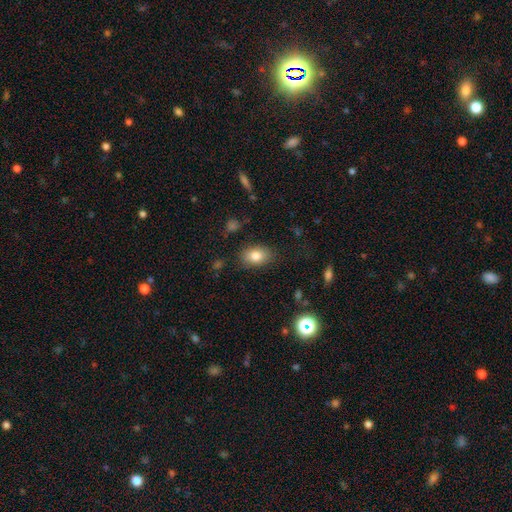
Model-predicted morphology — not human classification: This is clearly a smooth galaxy (82%). How rounded: clearly in between (83%). Merging: clearly none (84%).